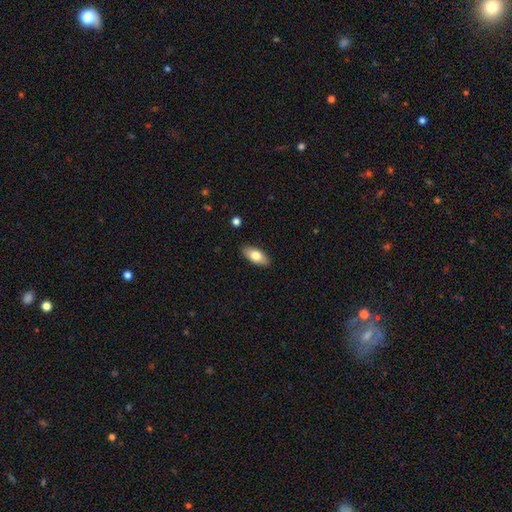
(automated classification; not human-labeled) This appears to be a smooth galaxy with no disk features (76%) that is in between round and cigar-shaped (88%). Merging: none (89%).